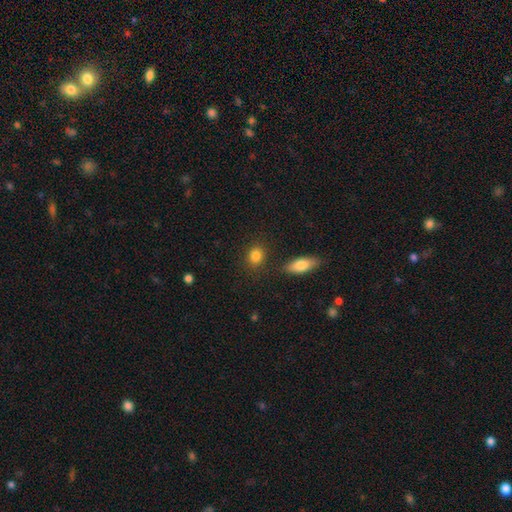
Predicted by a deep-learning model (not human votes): Q: Smooth or featured?
A: smooth (85%); runner-up: star or artifact (9%)
Q: How rounded?
A: round (55%); runner-up: in between (43%)
Q: Merging?
A: none (84%); runner-up: minor disturbance (9%)